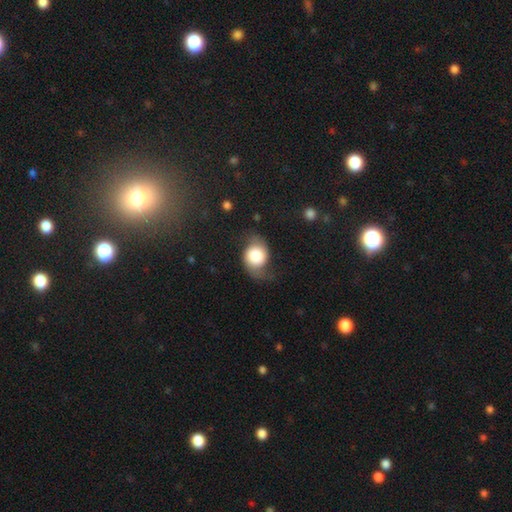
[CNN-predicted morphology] Smooth or featured?
  - smooth: 48% *
  - featured or disk: 44%
  - star or artifact: 8%
Merging?
  - none: 50% *
  - minor disturbance: 28%
  - major disturbance: 19%
  - merger: 2%